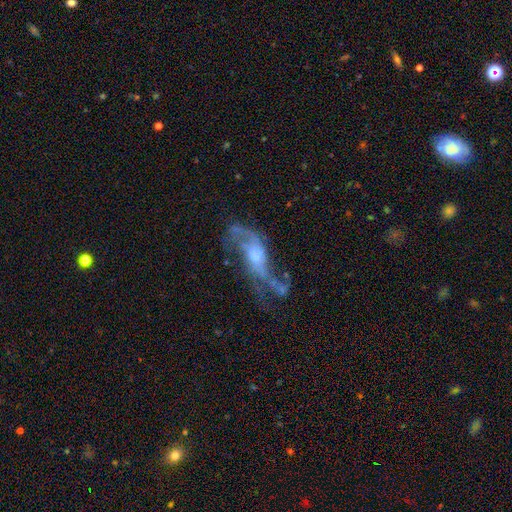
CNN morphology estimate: The model was most divided on "merging" (2-way tie): major disturbance: 35%, none: 35%, minor disturbance: 19%, merger: 11%. Remaining: edge-on disk — no (90%); spiral arms — yes (83%); smooth or featured — featured or disk (80%); spiral winding — loose (68%); spiral arm count — 2 (63%); bar — no (60%); bulge size — small (48%).